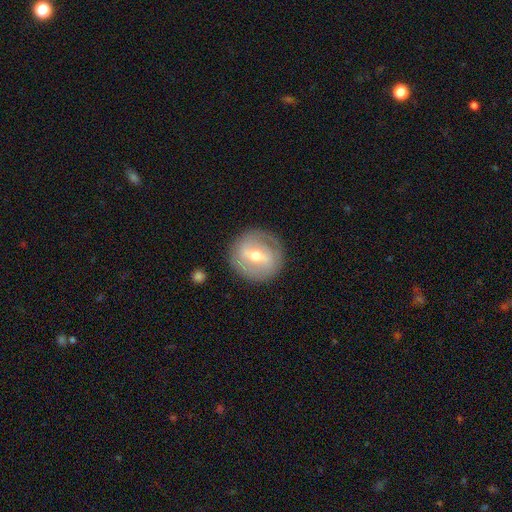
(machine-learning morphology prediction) smooth_or_featured: featured or disk (p=0.68) [alt: smooth p=0.26]
disk_edge_on: no (p=0.94) [alt: yes p=0.06]
bar: strong (p=0.45) [alt: weak p=0.41]
has_spiral_arms: yes (p=0.57) [alt: no p=0.43]
bulge_size: moderate (p=0.66) [alt: small p=0.29]
merging: none (p=0.83) [alt: minor disturbance p=0.11]